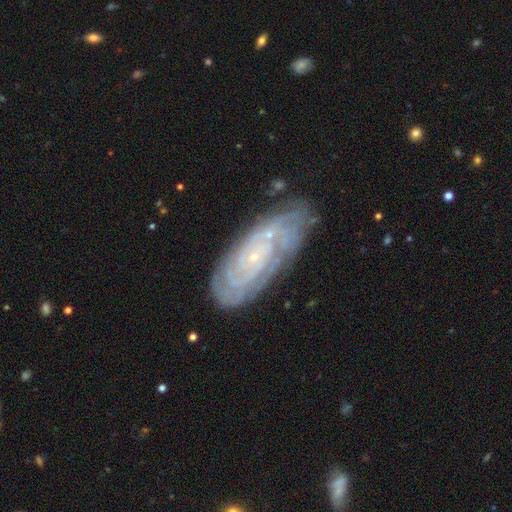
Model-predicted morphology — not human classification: Smooth or featured?
  - featured or disk: 84% *
  - smooth: 9%
  - star or artifact: 7%
Edge-on disk?
  - no: 93% *
  - yes: 7%
Bar?
  - no: 72% *
  - weak: 21%
  - strong: 7%
Spiral arms?
  - yes: 96% *
  - no: 4%
Spiral winding?
  - tight: 81% *
  - medium: 16%
  - loose: 3%
Spiral arm count?
  - can't tell: 35% *
  - 4: 18%
  - 2: 16%
  - 3: 14%
  - more than 4: 11%
  - 1: 6%
Bulge size?
  - small: 87% *
  - moderate: 7%
  - none: 4%
  - large: 1%
  - dominant: 1%
Merging?
  - none: 76% *
  - minor disturbance: 17%
  - major disturbance: 4%
  - merger: 2%